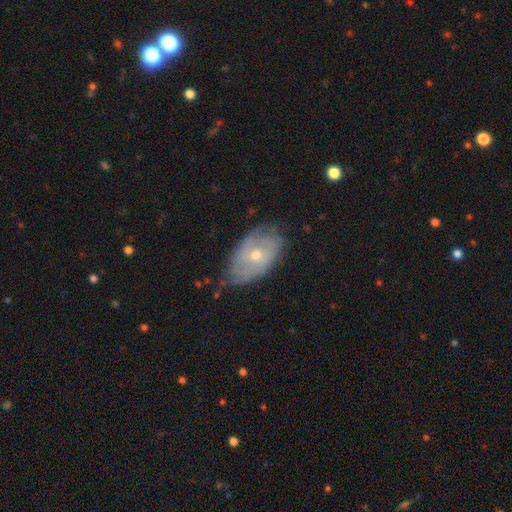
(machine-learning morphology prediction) type=featured or disk (66%); edge-on=no (92%); bar=no (72%); spiral arms=yes (71%); bulge=moderate (61%); merging=none (62%).